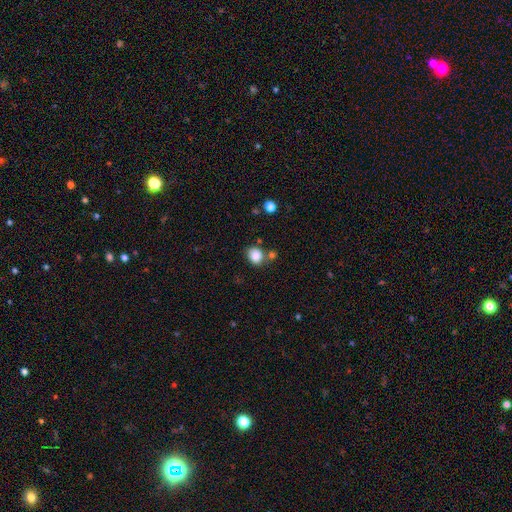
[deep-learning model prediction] Smooth or featured? Predicted: smooth (p=0.85). How rounded? Predicted: round (p=0.65). Merging? Predicted: none (p=0.66).